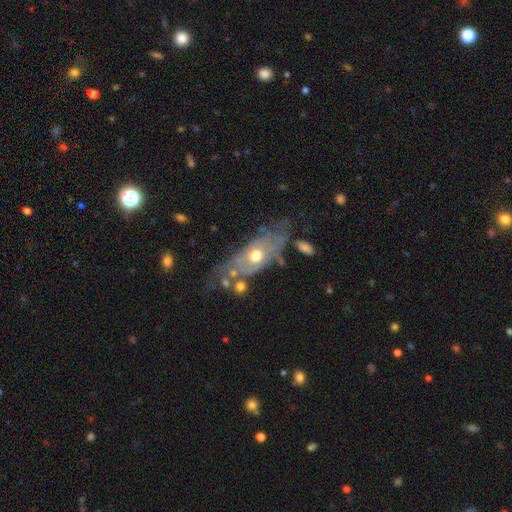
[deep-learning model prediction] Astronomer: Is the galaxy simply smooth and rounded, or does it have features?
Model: featured or disk — 67%.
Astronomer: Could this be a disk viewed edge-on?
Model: no — 83%.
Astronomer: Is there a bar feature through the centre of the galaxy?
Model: no — 87%.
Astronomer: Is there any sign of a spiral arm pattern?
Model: no — 55% (runner-up: yes, 45%).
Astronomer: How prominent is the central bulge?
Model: moderate — 73%.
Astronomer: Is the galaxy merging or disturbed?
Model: none — 46% (runner-up: minor disturbance, 26%).